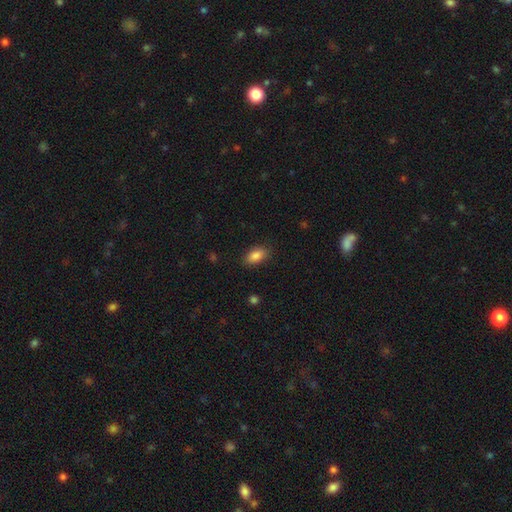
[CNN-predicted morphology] Overall: smooth (87%). How rounded: in between (90%). Merging: none (86%).